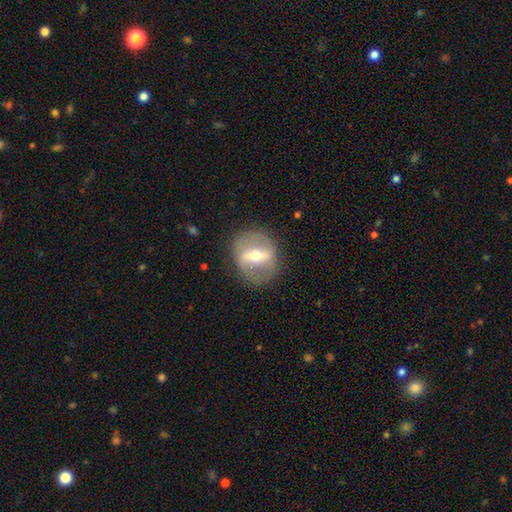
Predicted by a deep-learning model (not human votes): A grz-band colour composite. It shows a featured or disk galaxy (73%) with a strong bar (70%), no spiral arms (63%) and a moderate central bulge (60%). Merging: none (81%).